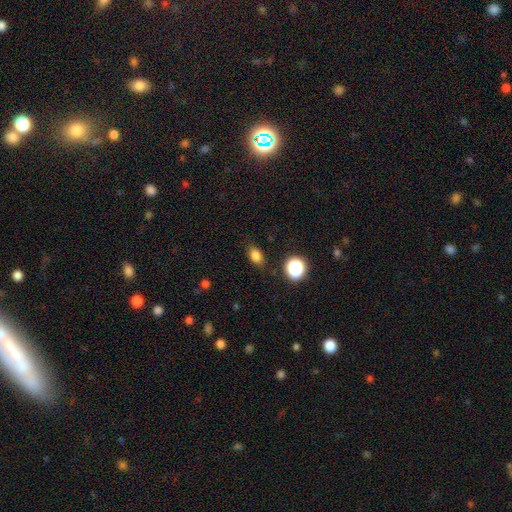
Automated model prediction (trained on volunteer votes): The model was most divided on "how rounded": in between: 76%, round: 22%, cigar-shaped: 2%. More confident: merging — none (83%); smooth or featured — smooth (81%).